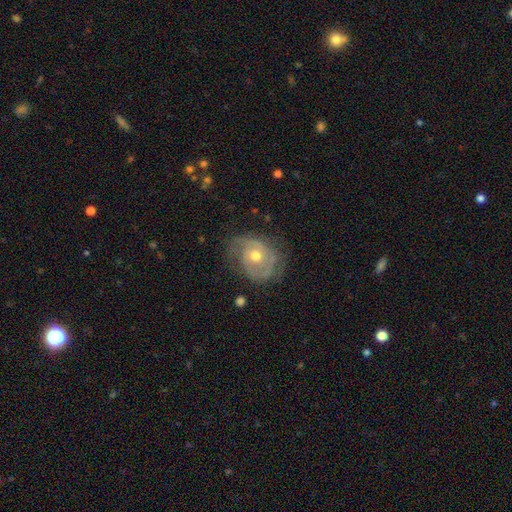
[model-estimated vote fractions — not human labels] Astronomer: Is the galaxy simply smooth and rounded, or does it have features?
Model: featured or disk — 74%.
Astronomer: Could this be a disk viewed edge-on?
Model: no — 97%.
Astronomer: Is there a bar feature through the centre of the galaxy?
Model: no — 77%.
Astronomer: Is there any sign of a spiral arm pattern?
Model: yes — 83%.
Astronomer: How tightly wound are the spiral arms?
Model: tight — 52% (runner-up: medium, 34%).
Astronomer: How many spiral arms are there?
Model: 2 — 49% (runner-up: can't tell, 27%).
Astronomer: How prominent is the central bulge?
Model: moderate — 71%.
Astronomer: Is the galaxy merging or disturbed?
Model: none — 63%.